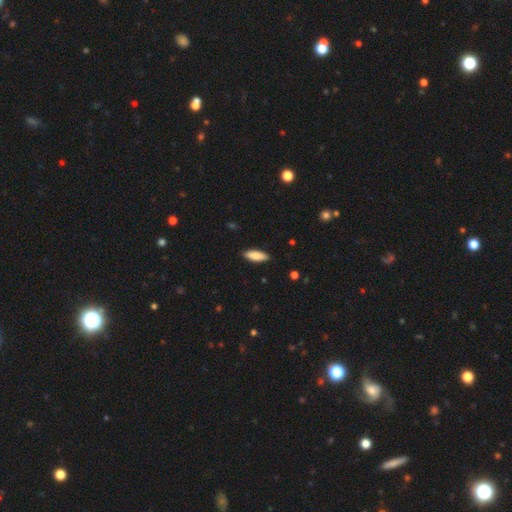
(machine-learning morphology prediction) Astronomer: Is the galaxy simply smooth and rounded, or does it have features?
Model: smooth — 85%.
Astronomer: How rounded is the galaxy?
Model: in between — 64%.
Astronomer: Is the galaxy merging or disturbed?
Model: none — 89%.